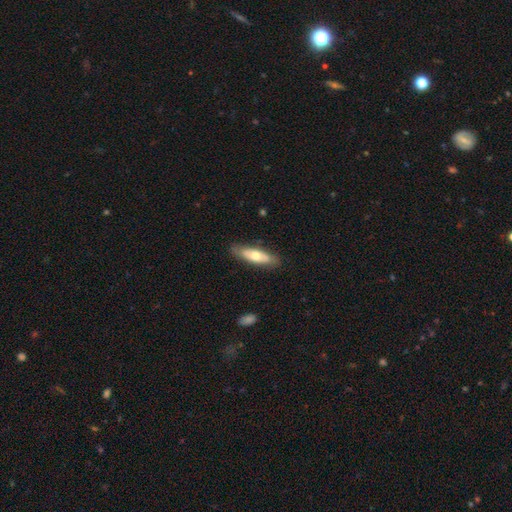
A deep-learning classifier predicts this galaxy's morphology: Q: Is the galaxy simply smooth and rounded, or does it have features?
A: smooth — 55%.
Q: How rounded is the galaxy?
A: in between — 51%.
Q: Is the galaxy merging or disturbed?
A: none — 82%.